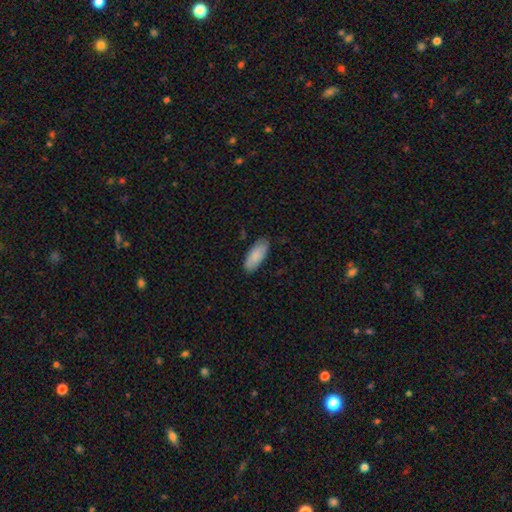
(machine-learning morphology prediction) type=smooth (87%); roundness=in between (84%); merging=none (85%).